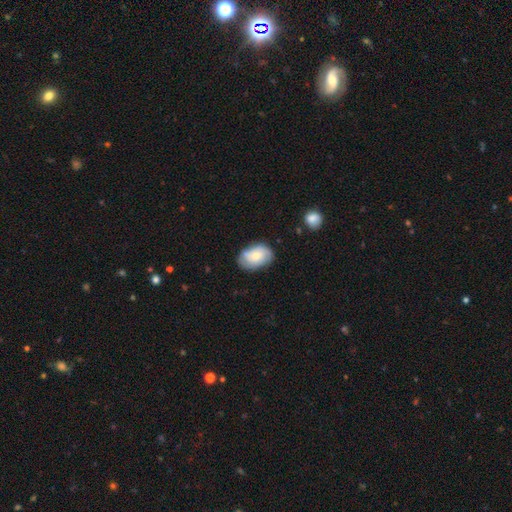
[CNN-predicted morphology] smooth-or-featured: smooth: 53% | featured or disk: 40% | star or artifact: 7%
  how-rounded: in between: 82% | round: 17% | cigar-shaped: 1%
  merging: none: 70% | minor disturbance: 23% | major disturbance: 5% | merger: 2%